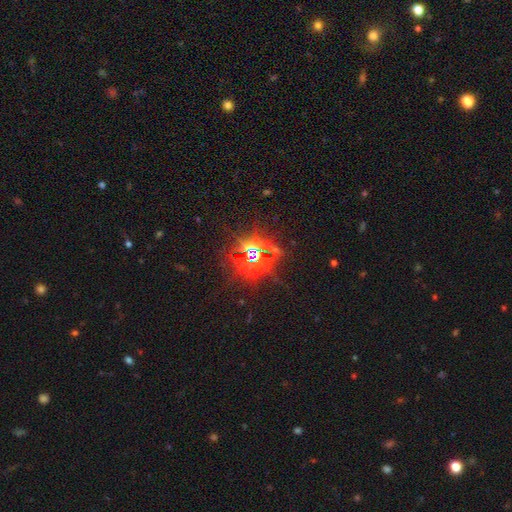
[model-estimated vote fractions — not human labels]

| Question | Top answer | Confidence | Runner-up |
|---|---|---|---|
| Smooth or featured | star or artifact | 82% | smooth (9%) |